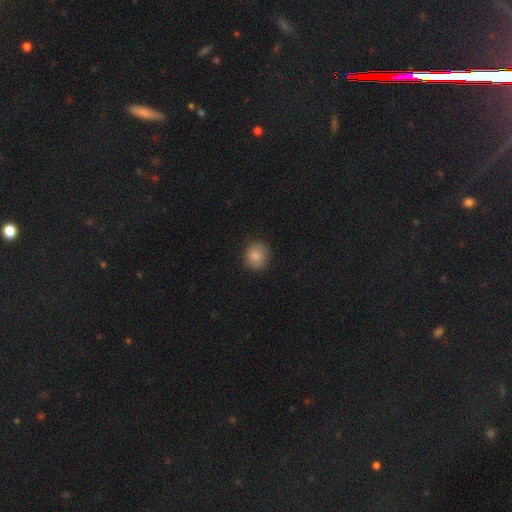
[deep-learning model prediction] Smooth or featured? smooth (83%)
How rounded? round (85%)
Merging? none (85%)